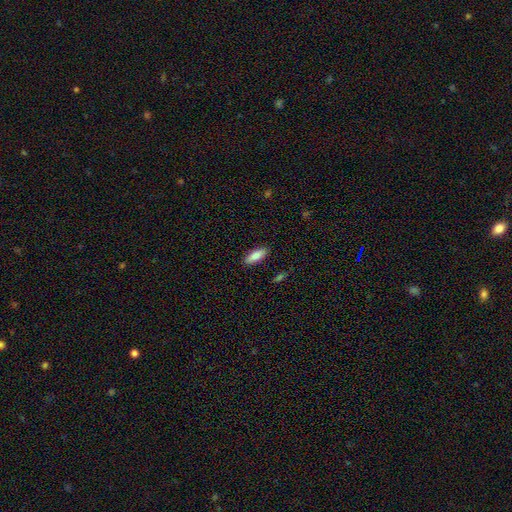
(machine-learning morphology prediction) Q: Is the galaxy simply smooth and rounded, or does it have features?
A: smooth — 82%.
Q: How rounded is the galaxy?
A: in between — 68%.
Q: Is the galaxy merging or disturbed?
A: none — 88%.